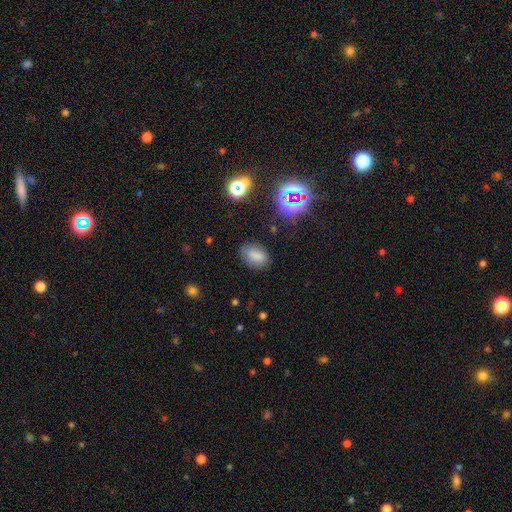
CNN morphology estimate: This is likely a smooth galaxy (76%). How rounded: clearly in between (86%). Merging: likely none (80%).